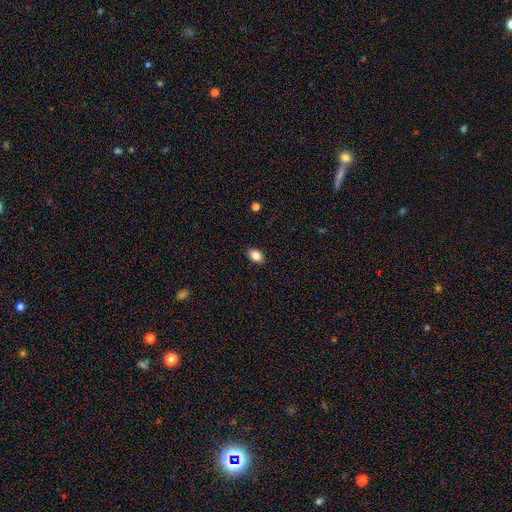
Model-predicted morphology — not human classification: smooth_or_featured: smooth (p=0.85) [alt: star or artifact p=0.09]
how_rounded: in between (p=0.82) [alt: round p=0.16]
merging: none (p=0.88) [alt: minor disturbance p=0.09]